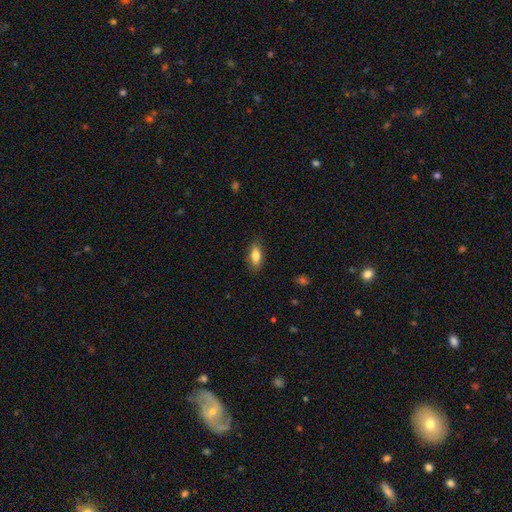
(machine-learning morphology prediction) smooth-or-featured: smooth: 82% | featured or disk: 11% | star or artifact: 7%
  how-rounded: in between: 84% | cigar-shaped: 13% | round: 3%
  merging: none: 85% | minor disturbance: 11% | major disturbance: 3% | merger: 1%